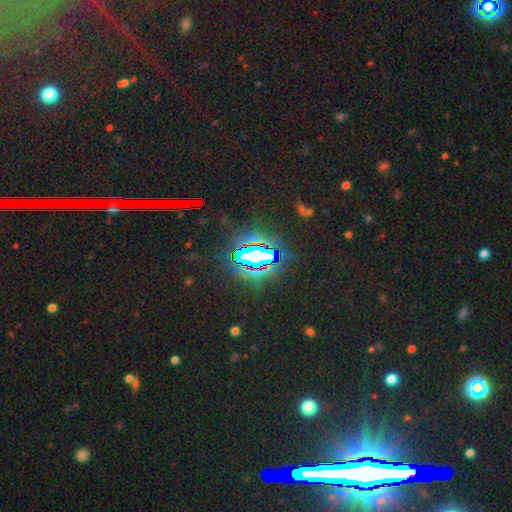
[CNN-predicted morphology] Smooth or featured? Predicted: star or artifact (p=0.80).